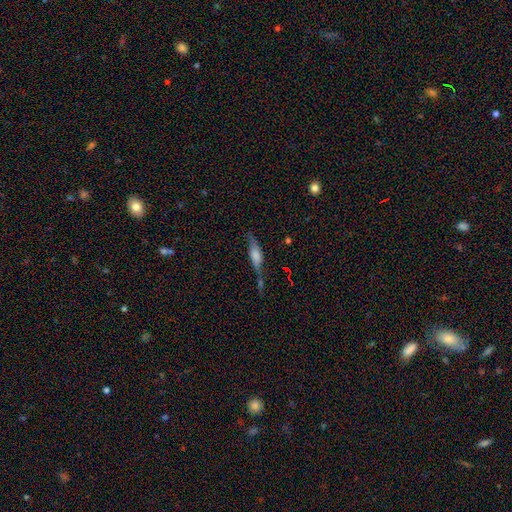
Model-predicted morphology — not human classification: Smooth or featured: smooth — 47% (featured or disk — 43%)
Merging: none — 42% (minor disturbance — 25%)